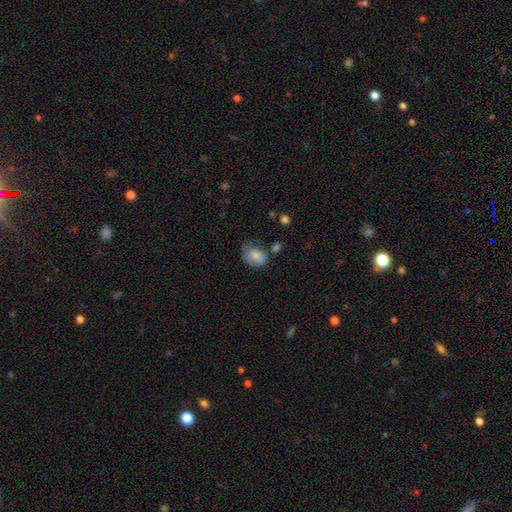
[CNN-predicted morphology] The model was most divided on "merging": none: 52%, minor disturbance: 32%, major disturbance: 10%, merger: 6%. More confident: smooth or featured — smooth (82%); how rounded — in between (78%).